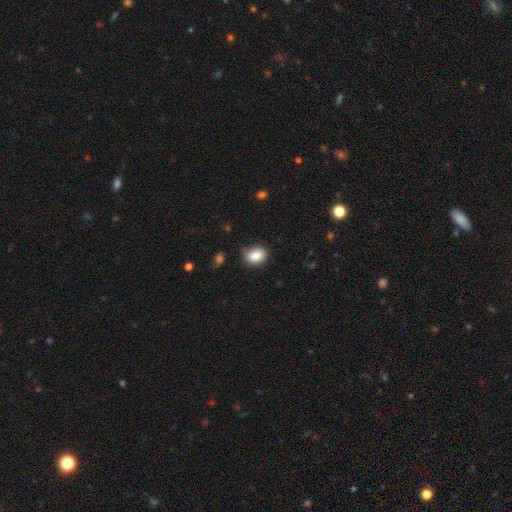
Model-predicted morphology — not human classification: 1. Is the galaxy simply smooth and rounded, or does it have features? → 87% smooth, 8% star or artifact, 5% featured or disk.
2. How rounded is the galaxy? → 64% in between, 35% round, 1% cigar-shaped.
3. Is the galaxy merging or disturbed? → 81% none, 14% minor disturbance, 3% major disturbance, 2% merger.